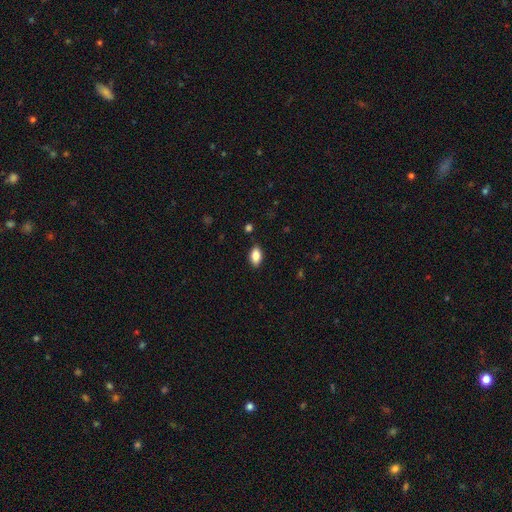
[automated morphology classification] smooth 86%, star or artifact 8%, featured or disk 6%. Down the decision tree: how rounded — in between (91%); merging — none (86%).